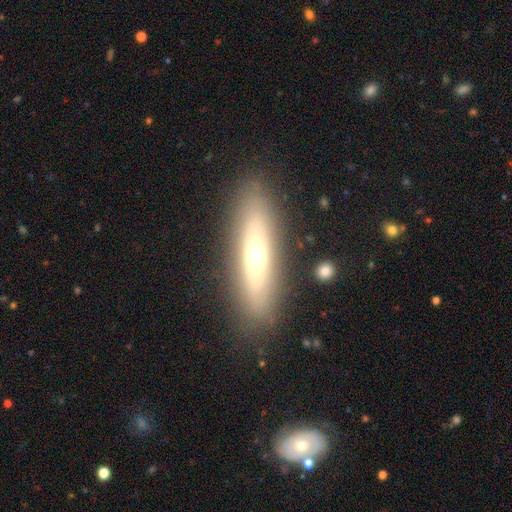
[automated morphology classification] A smooth galaxy with no disk features (53%) that is cigar-shaped (66%).

Vote fractions:
- Smooth or featured? smooth: 53% / featured or disk: 39% / star or artifact: 8%
- How rounded? cigar-shaped: 66% / in between: 31% / round: 3%
- Merging? none: 86% / minor disturbance: 9% / major disturbance: 3% / merger: 2%